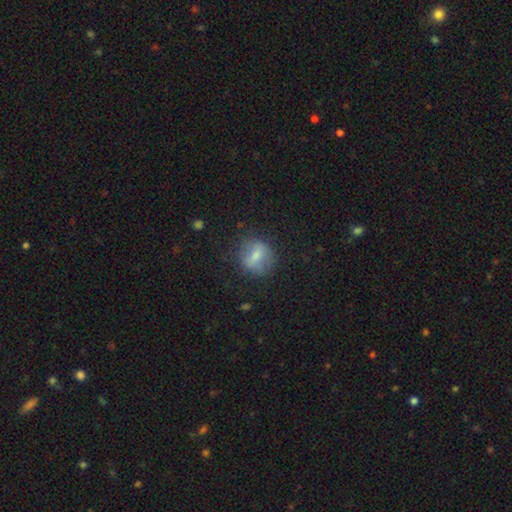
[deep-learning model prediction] Smooth or featured?
  - smooth: 61% *
  - featured or disk: 30%
  - star or artifact: 9%
How rounded?
  - round: 67% *
  - in between: 30%
  - cigar-shaped: 3%
Merging?
  - none: 72% *
  - minor disturbance: 18%
  - major disturbance: 8%
  - merger: 2%